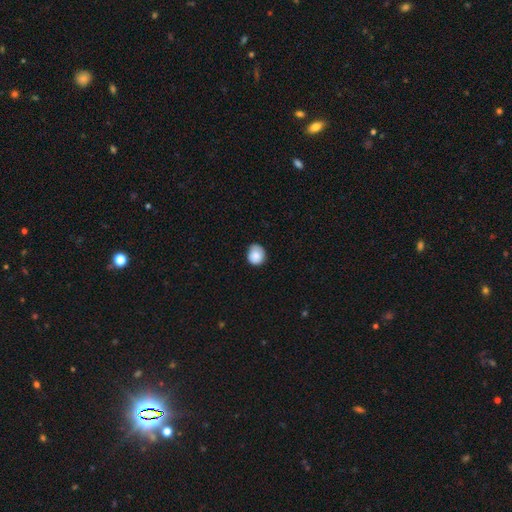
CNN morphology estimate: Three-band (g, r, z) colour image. It shows a smooth galaxy with no disk features (86%) that is round (79%). Merging: none (74%).